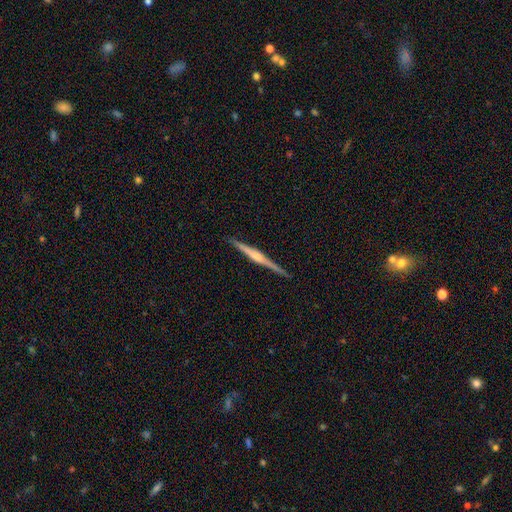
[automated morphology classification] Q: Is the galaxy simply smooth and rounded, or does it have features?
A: featured or disk — 78%.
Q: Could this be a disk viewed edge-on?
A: yes — 98%.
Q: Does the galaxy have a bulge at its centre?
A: rounded — 72%.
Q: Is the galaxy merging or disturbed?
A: none — 91%.